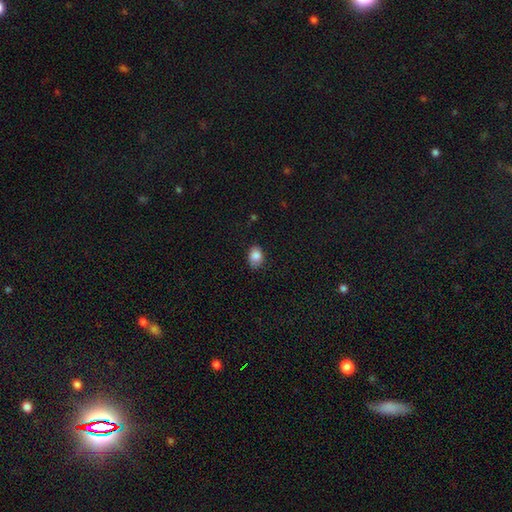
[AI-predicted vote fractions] Overall: smooth (86%). How rounded: in between (67%; round 32%). Merging: none (74%).